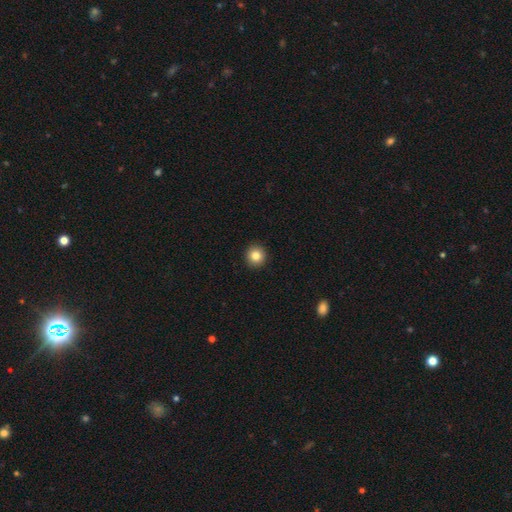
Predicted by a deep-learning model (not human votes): The model was most divided on "smooth or featured": smooth: 84%, star or artifact: 10%, featured or disk: 6%. More confident: how rounded — round (94%); merging — none (93%).